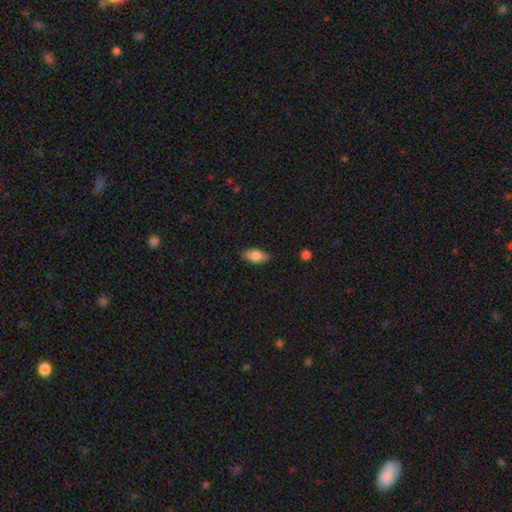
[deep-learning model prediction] Overall: smooth (79%). How rounded: in between (89%). Merging: none (79%).